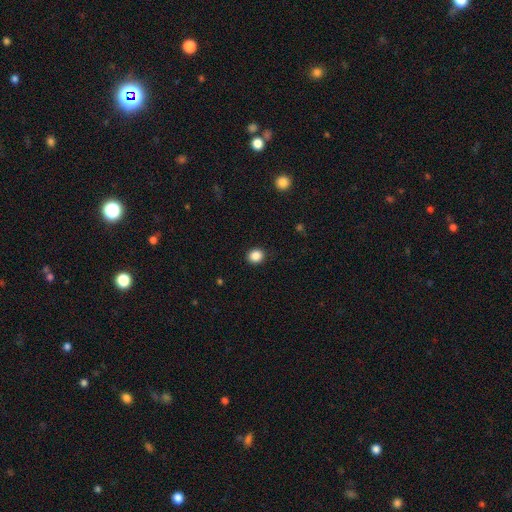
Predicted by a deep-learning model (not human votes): Overall: smooth (87%). How rounded: round (71%). Merging: none (89%).